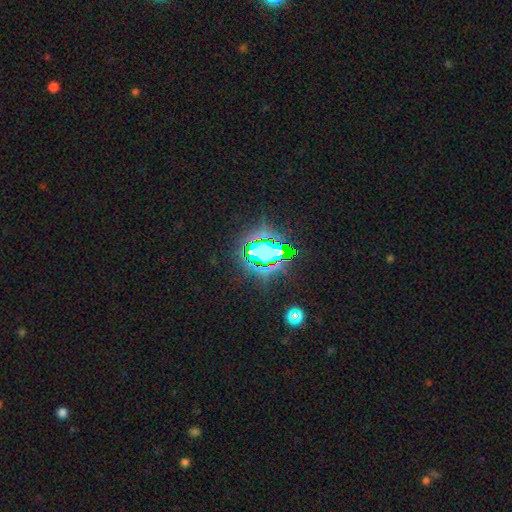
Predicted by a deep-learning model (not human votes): Morphology: type=star or artifact (79%).